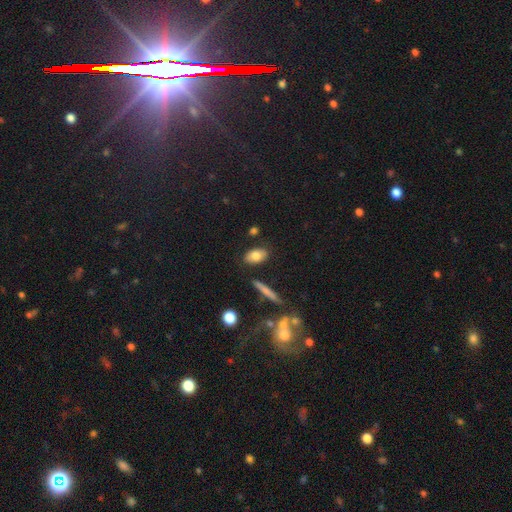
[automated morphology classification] Smooth or featured?
  - smooth: 78% *
  - featured or disk: 14%
  - star or artifact: 8%
How rounded?
  - in between: 88% *
  - round: 7%
  - cigar-shaped: 5%
Merging?
  - none: 83% *
  - minor disturbance: 11%
  - merger: 4%
  - major disturbance: 3%